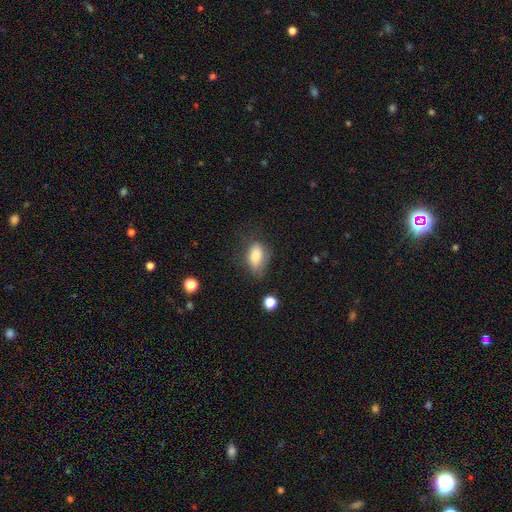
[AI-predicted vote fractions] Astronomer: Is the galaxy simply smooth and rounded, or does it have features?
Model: smooth — 83%.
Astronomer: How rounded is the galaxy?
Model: in between — 89%.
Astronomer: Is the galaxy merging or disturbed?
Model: none — 54% (runner-up: minor disturbance, 30%).